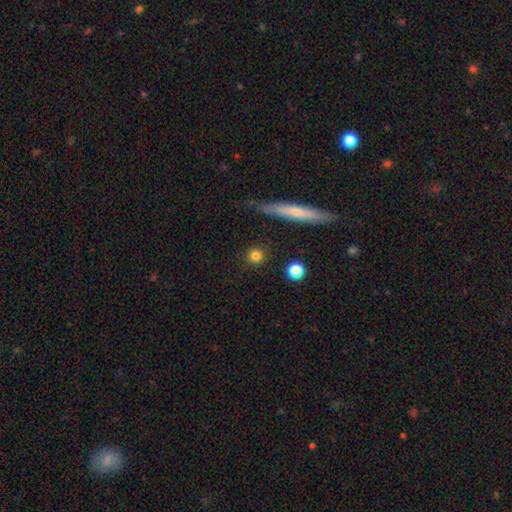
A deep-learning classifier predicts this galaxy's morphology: This appears to be a smooth galaxy with no disk features (81%) that is round (90%). Merging: none (88%).